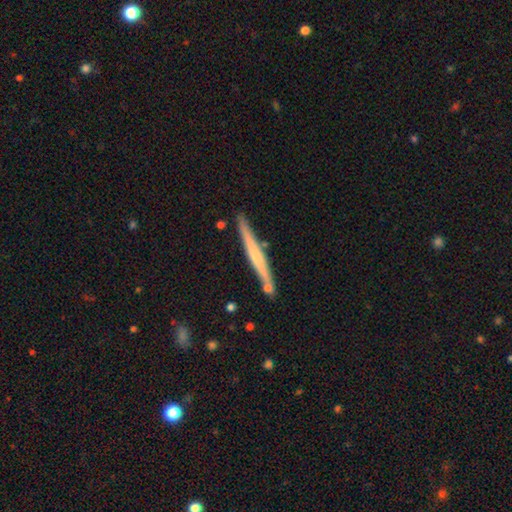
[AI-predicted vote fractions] This appears to be a featured or disk galaxy (52%) viewed edge-on (97%) with no central bulge (55%). Merging: none (83%).